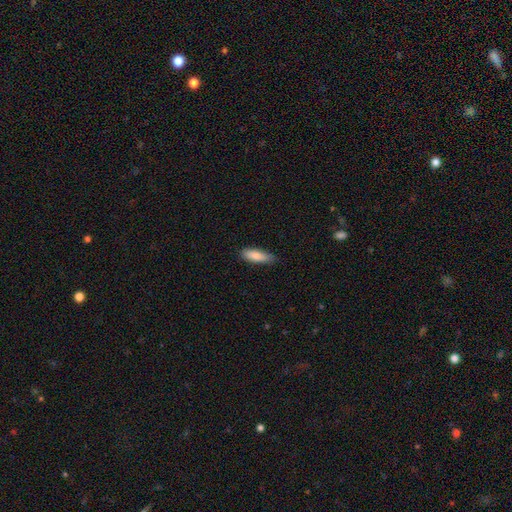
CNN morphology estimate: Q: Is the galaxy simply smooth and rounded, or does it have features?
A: smooth — 84%.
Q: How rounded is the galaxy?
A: in between — 51%.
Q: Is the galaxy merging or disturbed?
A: none — 77%.